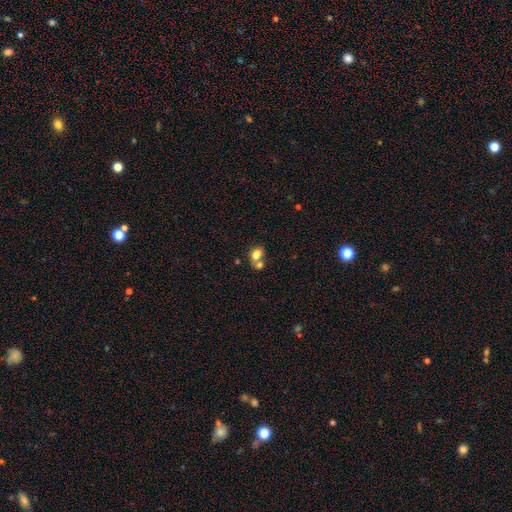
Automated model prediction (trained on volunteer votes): Smooth or featured: smooth — 75% (featured or disk — 14%)
How rounded: in between — 67% (round — 32%)
Merging: merger — 54% (none — 32%)